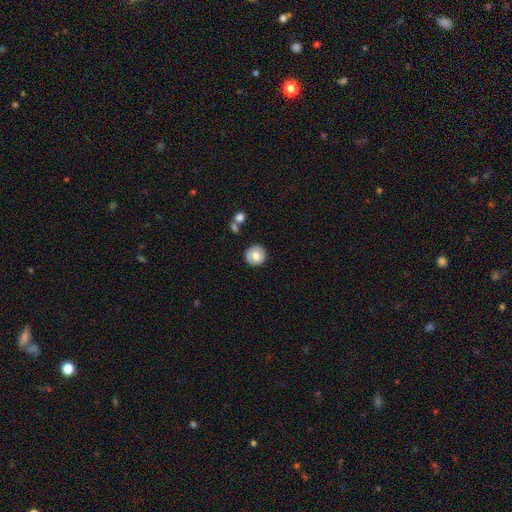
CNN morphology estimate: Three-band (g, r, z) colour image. It shows a smooth galaxy with no disk features (69%) that is round (92%). Merging: none (87%).